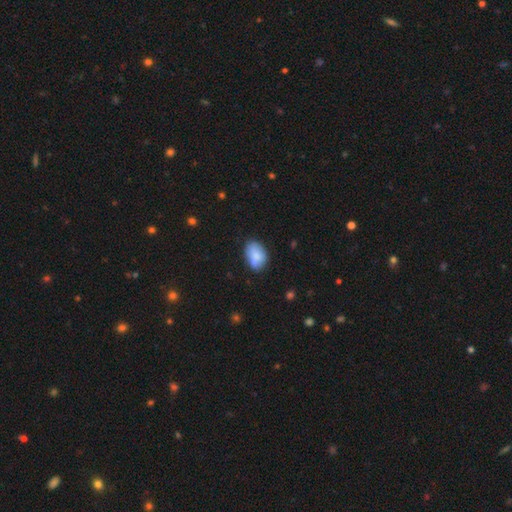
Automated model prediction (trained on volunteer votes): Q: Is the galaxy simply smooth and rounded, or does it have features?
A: smooth — 79%.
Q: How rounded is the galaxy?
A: in between — 84%.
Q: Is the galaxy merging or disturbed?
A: none — 63%.